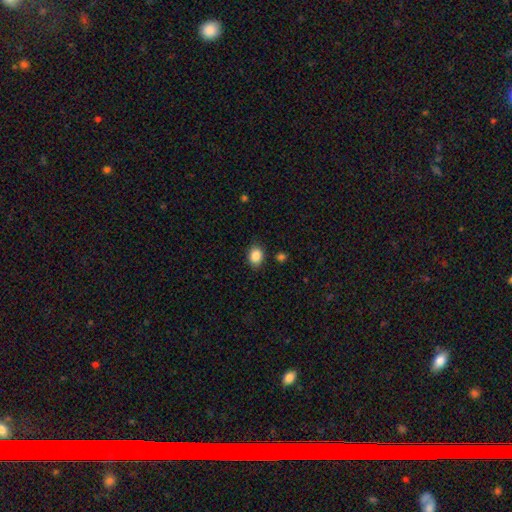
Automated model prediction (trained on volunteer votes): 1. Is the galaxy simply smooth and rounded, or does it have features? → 87% smooth, 9% star or artifact, 4% featured or disk.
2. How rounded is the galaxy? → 57% in between, 42% round, 1% cigar-shaped.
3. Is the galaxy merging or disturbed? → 85% none, 10% minor disturbance, 3% major disturbance, 2% merger.